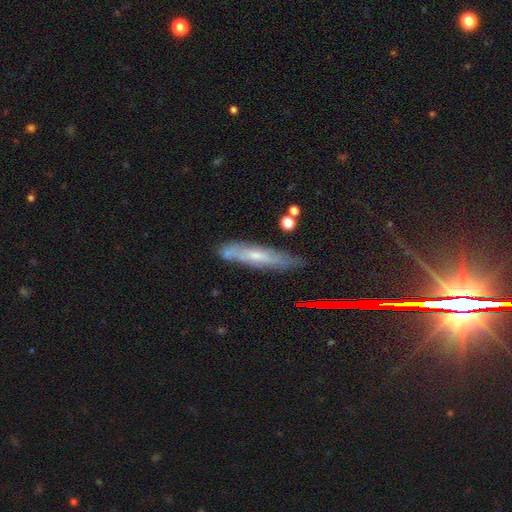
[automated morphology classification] Smooth or featured? featured or disk (48%)
Merging? none (70%)